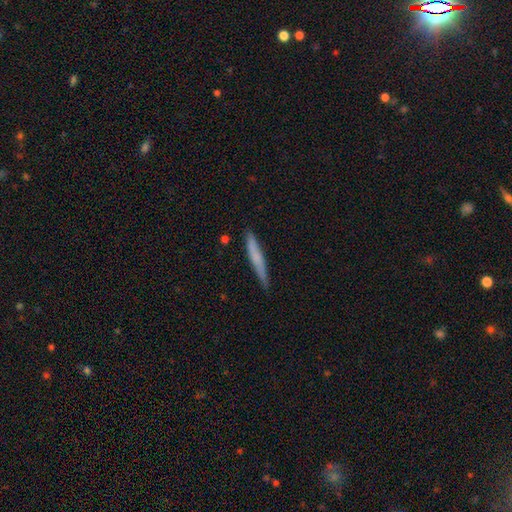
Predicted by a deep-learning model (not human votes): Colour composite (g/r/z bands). It shows a smooth galaxy with no disk features (62%) that is cigar-shaped (95%). Merging: none (79%).